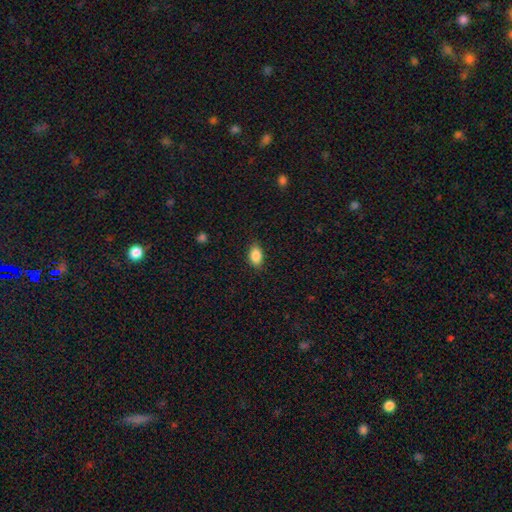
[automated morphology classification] smooth 87%, star or artifact 8%, featured or disk 5%. Down the decision tree: how rounded — in between (88%); merging — none (86%).